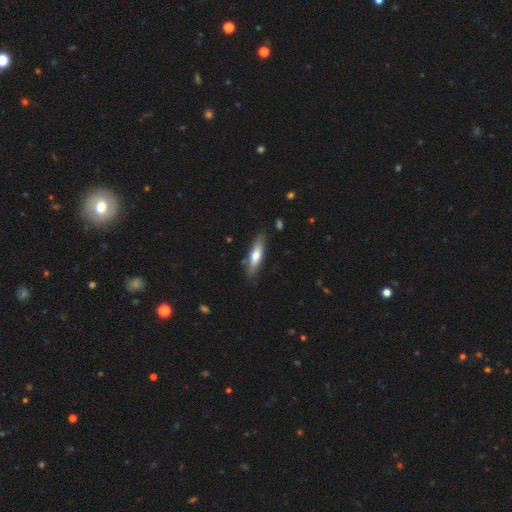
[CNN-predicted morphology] Smooth or featured?
  - smooth: 63% *
  - featured or disk: 32%
  - star or artifact: 5%
How rounded?
  - cigar-shaped: 73% *
  - in between: 26%
  - round: 2%
Merging?
  - none: 82% *
  - minor disturbance: 13%
  - major disturbance: 3%
  - merger: 2%